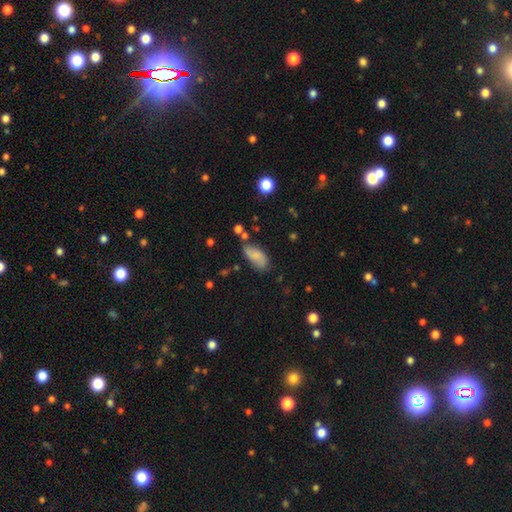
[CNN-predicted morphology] smooth_or_featured: smooth (p=0.69) [alt: featured or disk p=0.22]
how_rounded: in between (p=0.90) [alt: cigar-shaped p=0.07]
merging: none (p=0.55) [alt: minor disturbance p=0.28]